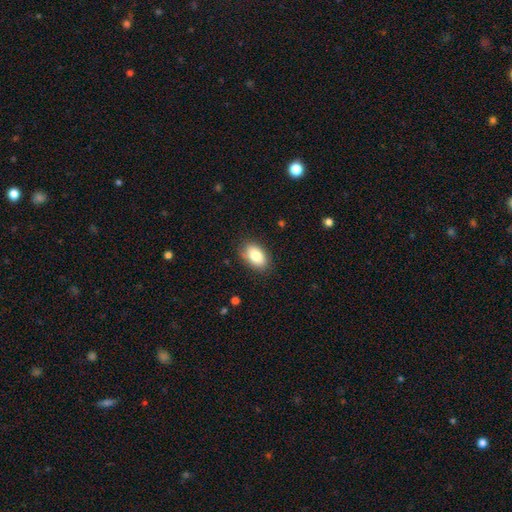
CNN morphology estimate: smooth-or-featured: smooth: 84% | featured or disk: 9% | star or artifact: 7%
  how-rounded: in between: 91% | round: 7% | cigar-shaped: 2%
  merging: none: 82% | minor disturbance: 14% | major disturbance: 3% | merger: 1%